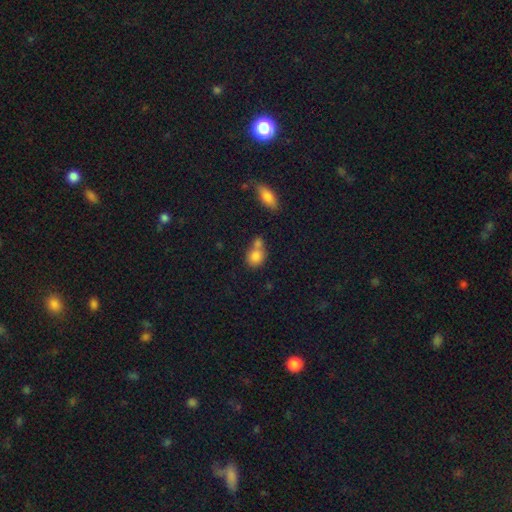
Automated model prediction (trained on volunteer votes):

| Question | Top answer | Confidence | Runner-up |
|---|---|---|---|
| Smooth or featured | smooth | 81% | featured or disk (10%) |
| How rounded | round | 61% | in between (37%) |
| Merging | merger | 48% | none (38%) |